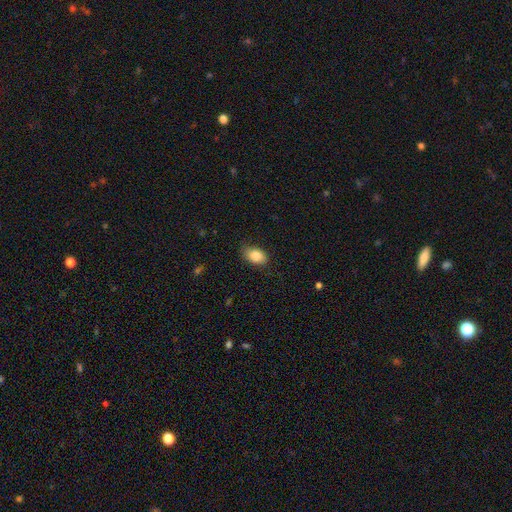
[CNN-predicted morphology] Overall: smooth (85%). How rounded: in between (88%). Merging: none (79%).